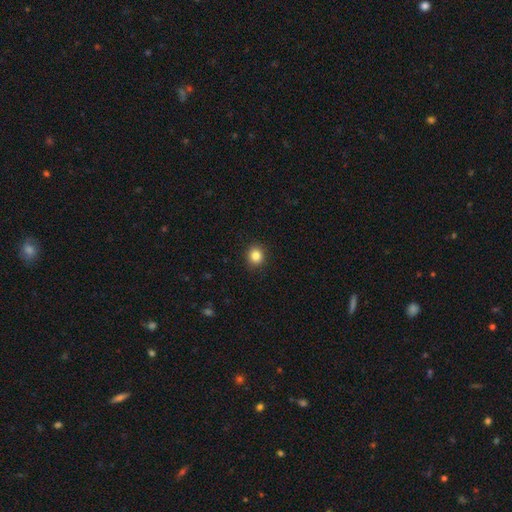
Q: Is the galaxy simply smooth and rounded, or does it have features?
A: smooth — 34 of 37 (92%).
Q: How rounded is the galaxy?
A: round — 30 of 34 (88%).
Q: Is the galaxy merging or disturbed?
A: none — 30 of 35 (86%).